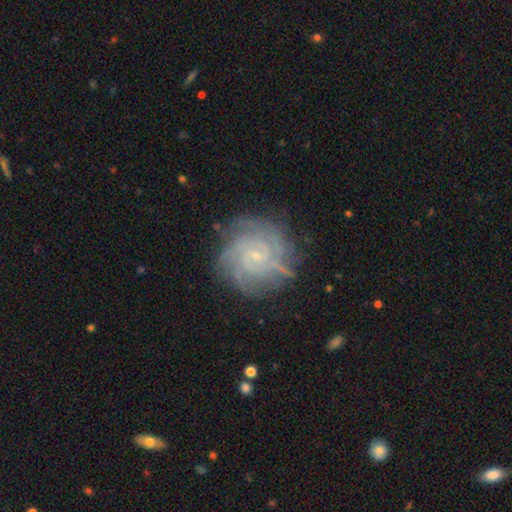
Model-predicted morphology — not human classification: Smooth or featured?
  - featured or disk: 83% *
  - smooth: 9%
  - star or artifact: 8%
Edge-on disk?
  - no: 98% *
  - yes: 2%
Bar?
  - no: 71% *
  - weak: 24%
  - strong: 6%
Spiral arms?
  - yes: 96% *
  - no: 4%
Spiral winding?
  - tight: 72% *
  - medium: 24%
  - loose: 4%
Spiral arm count?
  - can't tell: 28% *
  - 4: 24%
  - 3: 17%
  - 2: 13%
  - more than 4: 12%
  - 1: 7%
Bulge size?
  - small: 84% *
  - moderate: 10%
  - none: 3%
  - large: 1%
  - dominant: 1%
Merging?
  - none: 77% *
  - minor disturbance: 16%
  - major disturbance: 5%
  - merger: 2%